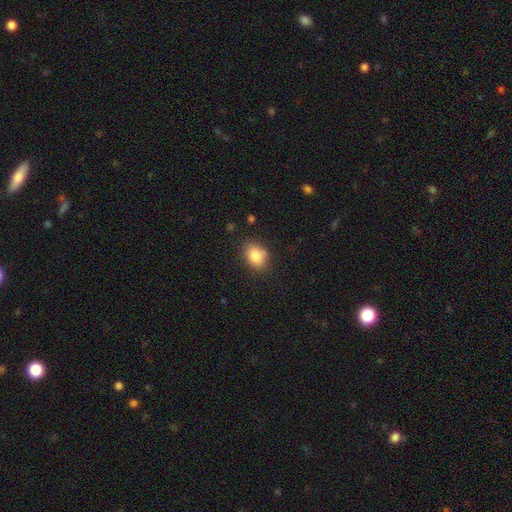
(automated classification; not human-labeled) Q: Smooth or featured?
A: smooth (84%); runner-up: star or artifact (9%)
Q: How rounded?
A: in between (71%); runner-up: round (28%)
Q: Merging?
A: none (78%); runner-up: minor disturbance (15%)